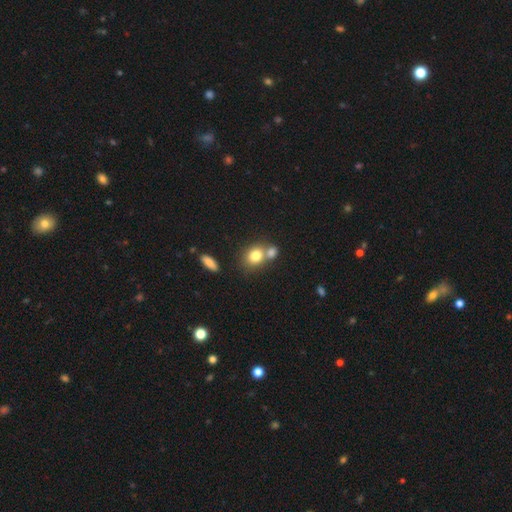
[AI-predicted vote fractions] A smooth galaxy with no disk features (79%) that is round (58%). Merging: merger (46%).